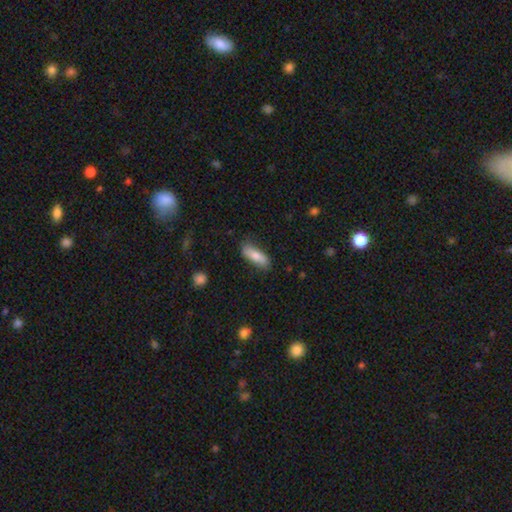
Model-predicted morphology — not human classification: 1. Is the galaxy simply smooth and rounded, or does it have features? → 82% smooth, 12% featured or disk, 6% star or artifact.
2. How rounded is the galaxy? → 60% in between, 38% cigar-shaped, 2% round.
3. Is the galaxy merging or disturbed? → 77% none, 18% minor disturbance, 4% major disturbance, 2% merger.